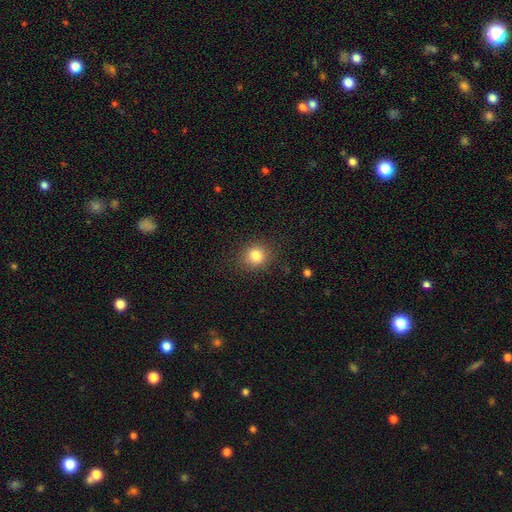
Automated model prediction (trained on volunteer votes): This is clearly a smooth galaxy (83%). How rounded: clearly round (83%). Merging: clearly none (87%).